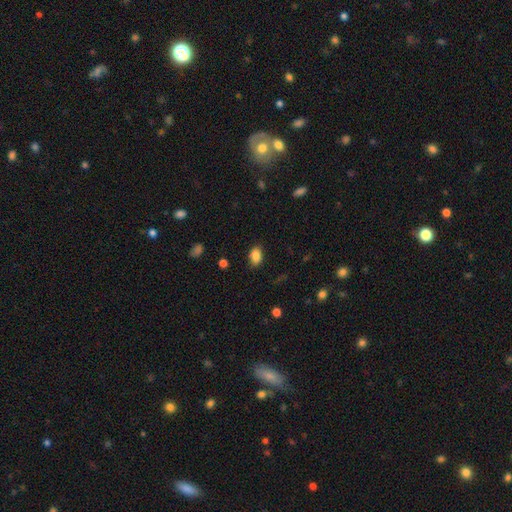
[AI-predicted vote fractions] Morphology: type=smooth (85%); roundness=in between (83%); merging=none (82%).